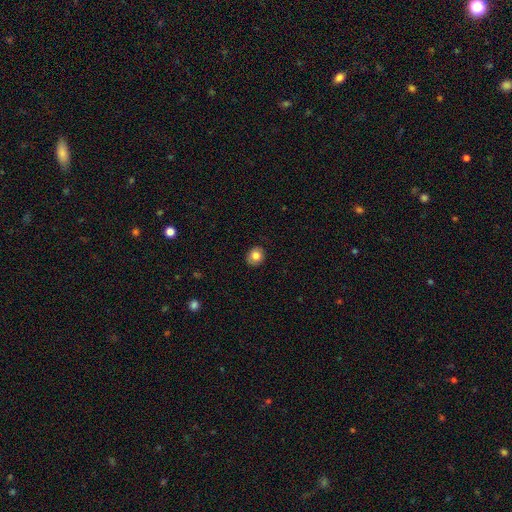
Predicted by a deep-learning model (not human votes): A smooth galaxy with no disk features (80%) that is round (70%). Merging: none (86%).